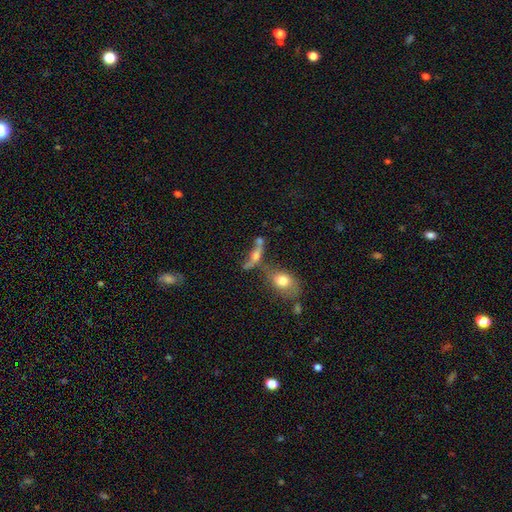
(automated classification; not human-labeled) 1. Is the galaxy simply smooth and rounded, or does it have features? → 46% smooth, 40% featured or disk, 14% star or artifact.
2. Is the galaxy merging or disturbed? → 37% merger, 36% none, 14% minor disturbance, 13% major disturbance.